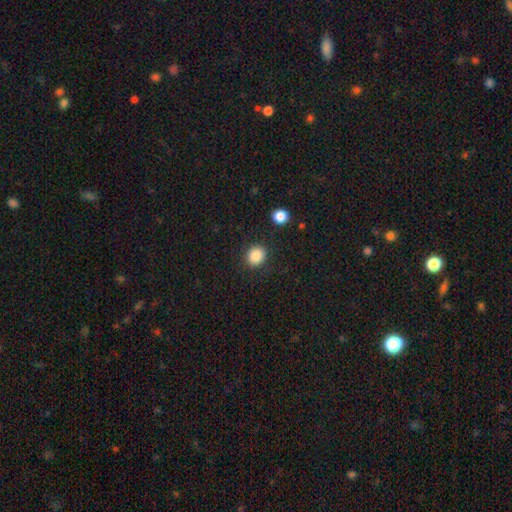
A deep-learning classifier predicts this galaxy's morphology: A smooth galaxy with no disk features (87%) that is round (76%). Merging: none (87%).